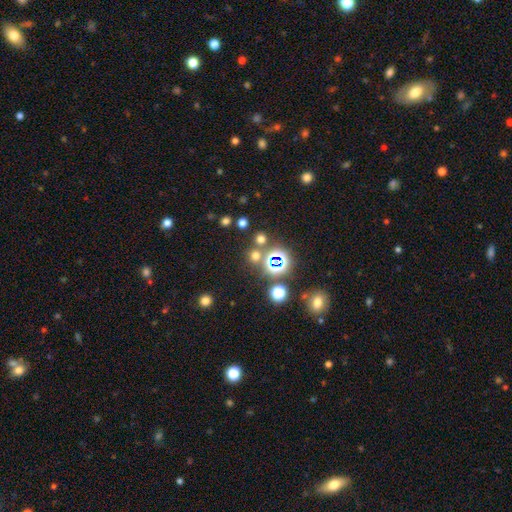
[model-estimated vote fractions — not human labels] Smooth or featured? smooth (54%)
How rounded? round (90%)
Merging? none (77%)